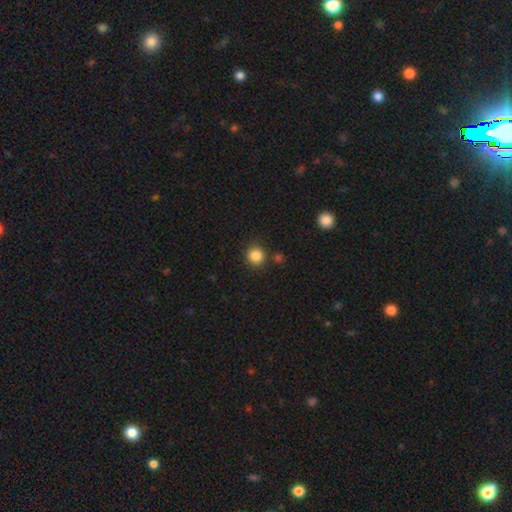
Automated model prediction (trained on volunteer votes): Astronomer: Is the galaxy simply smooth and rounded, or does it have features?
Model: smooth — 86%.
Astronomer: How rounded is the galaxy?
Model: round — 91%.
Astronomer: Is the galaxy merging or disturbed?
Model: none — 83%.